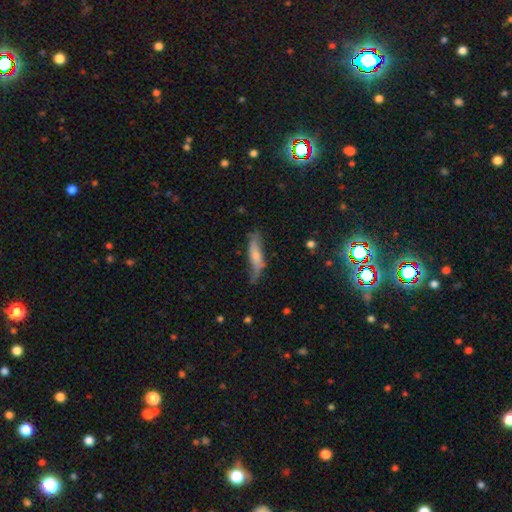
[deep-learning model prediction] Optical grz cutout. It shows a smooth galaxy with no disk features (58%) that is cigar-shaped (74%). Merging: none (53%).